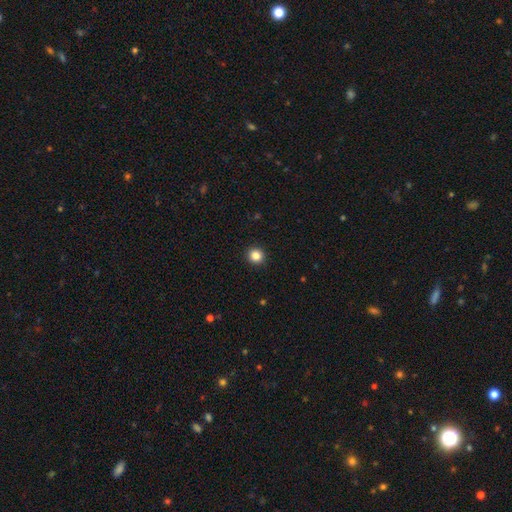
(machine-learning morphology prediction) smooth-or-featured: smooth: 85% | star or artifact: 11% | featured or disk: 4%
  how-rounded: round: 93% | in between: 6% | cigar-shaped: 1%
  merging: none: 93% | minor disturbance: 4% | major disturbance: 1% | merger: 1%